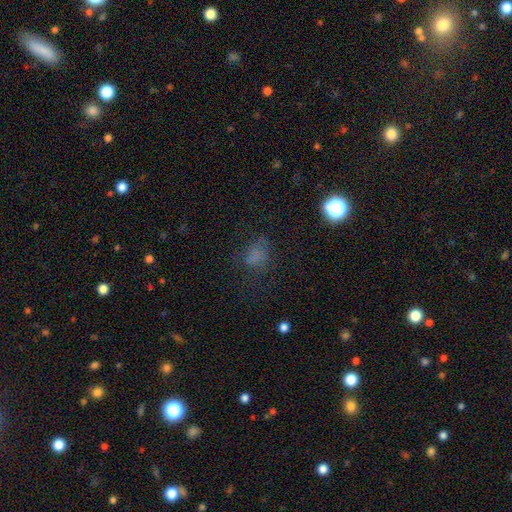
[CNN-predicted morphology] Smooth or featured? smooth (65%)
How rounded? in between (56%)
Merging? none (59%)